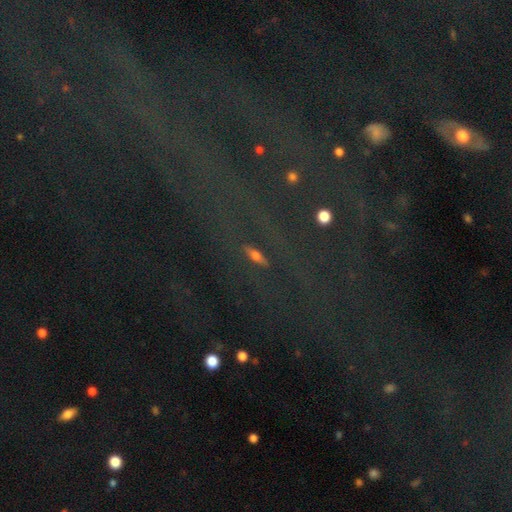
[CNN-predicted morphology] star or artifact 39%, smooth 32%, featured or disk 28%.